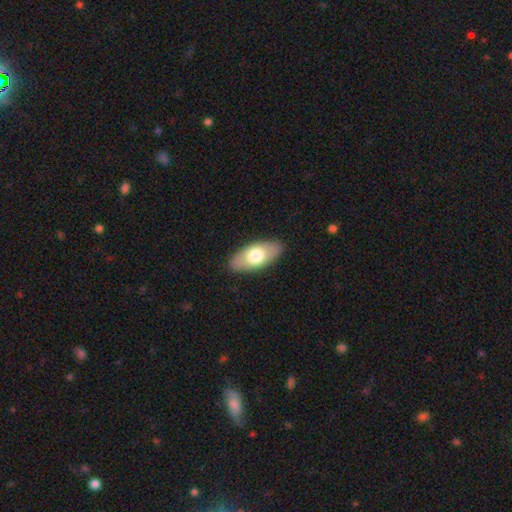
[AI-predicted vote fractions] This appears to be a smooth galaxy with no disk features (67%) that is in between round and cigar-shaped (90%). Merging: none (88%).